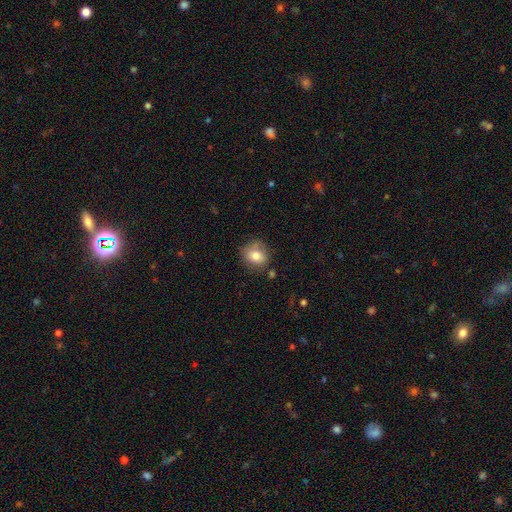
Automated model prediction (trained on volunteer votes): smooth 77%, featured or disk 14%, star or artifact 9%. Down the decision tree: how rounded — round (68%); merging — none (66%).